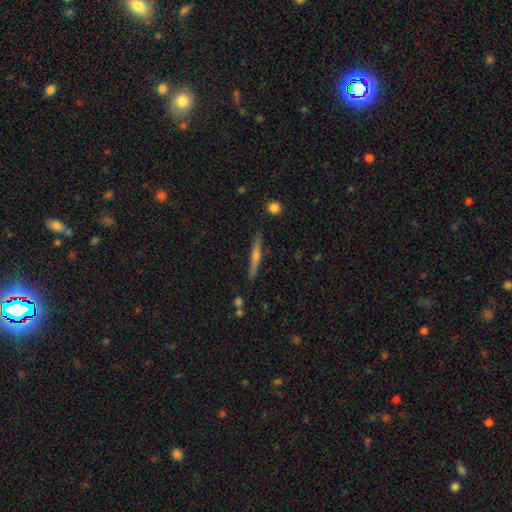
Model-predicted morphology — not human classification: Q: Smooth or featured?
A: featured or disk (72%); runner-up: smooth (21%)
Q: Edge-on disk?
A: yes (98%); runner-up: no (2%)
Q: Edge-on bulge?
A: rounded (80%); runner-up: none (13%)
Q: Merging?
A: none (89%); runner-up: minor disturbance (8%)